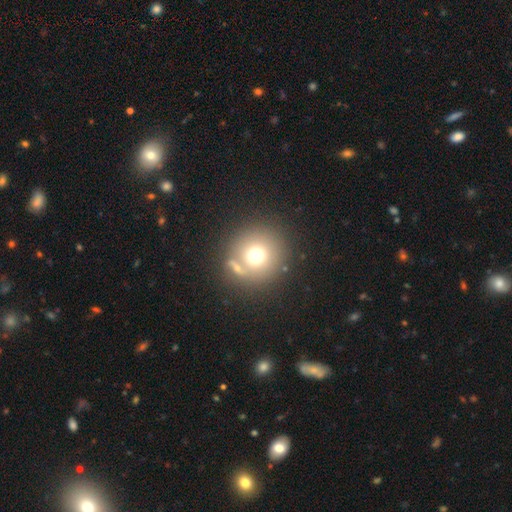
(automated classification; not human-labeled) Smooth or featured? Predicted: smooth (p=0.69). How rounded? Predicted: round (p=0.93). Merging? Predicted: none (p=0.70).